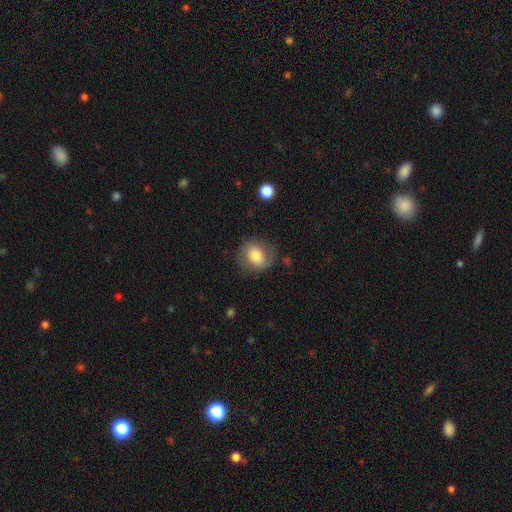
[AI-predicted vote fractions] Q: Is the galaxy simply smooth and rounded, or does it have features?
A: smooth — 69%.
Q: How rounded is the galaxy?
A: round — 59%.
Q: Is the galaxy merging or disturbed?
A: none — 69%.